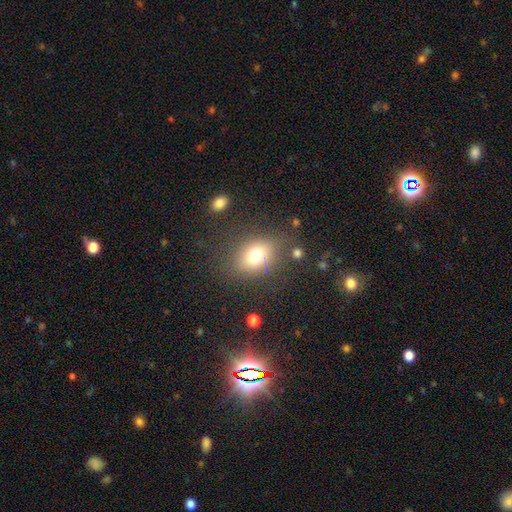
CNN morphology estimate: A smooth galaxy with no disk features (73%) that is in between round and cigar-shaped (59%). Merging: none (77%).